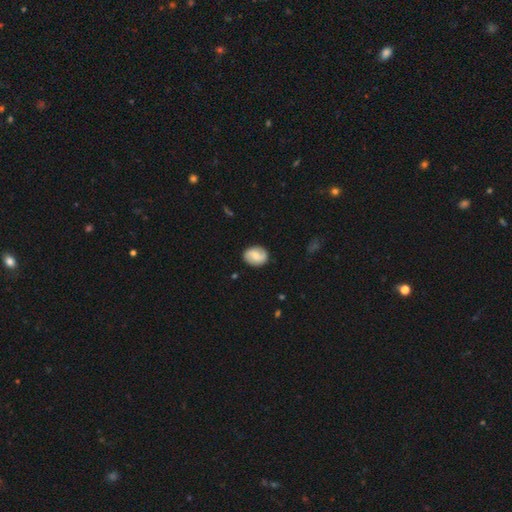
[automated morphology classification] Smooth or featured? Predicted: featured or disk (p=0.49). Merging? Predicted: none (p=0.85).